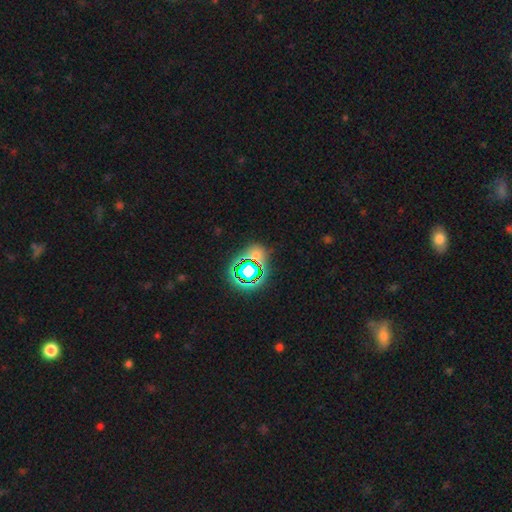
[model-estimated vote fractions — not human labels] Smooth or featured? star or artifact (55%)